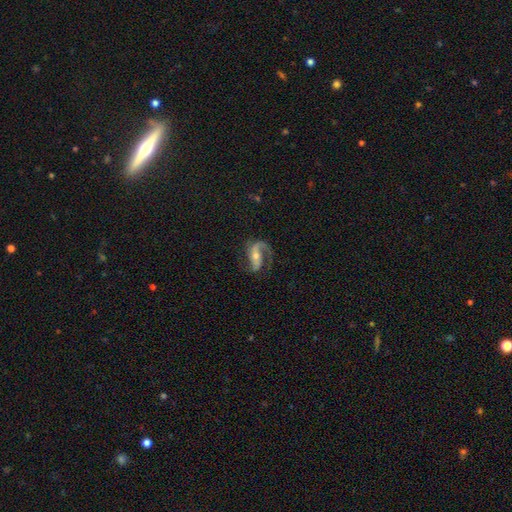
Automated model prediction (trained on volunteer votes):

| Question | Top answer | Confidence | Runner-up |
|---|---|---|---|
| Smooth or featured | featured or disk | 87% | smooth (7%) |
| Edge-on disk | no | 96% | yes (4%) |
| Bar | strong | 38% | weak (31%) |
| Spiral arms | yes | 96% | no (4%) |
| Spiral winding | medium | 44% | loose (40%) |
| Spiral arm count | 2 | 80% | 1 (14%) |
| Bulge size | small | 48% | moderate (47%) |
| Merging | none | 66% | minor disturbance (17%) |